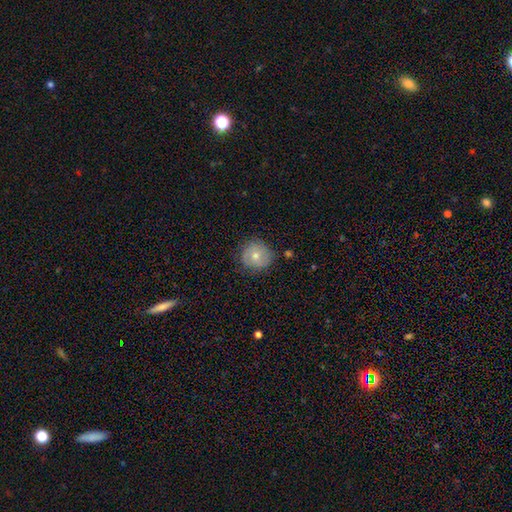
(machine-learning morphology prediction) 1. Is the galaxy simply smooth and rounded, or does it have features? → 64% smooth, 28% featured or disk, 8% star or artifact.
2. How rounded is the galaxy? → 89% round, 10% in between, 1% cigar-shaped.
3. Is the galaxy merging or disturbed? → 75% none, 19% minor disturbance, 4% major disturbance, 2% merger.